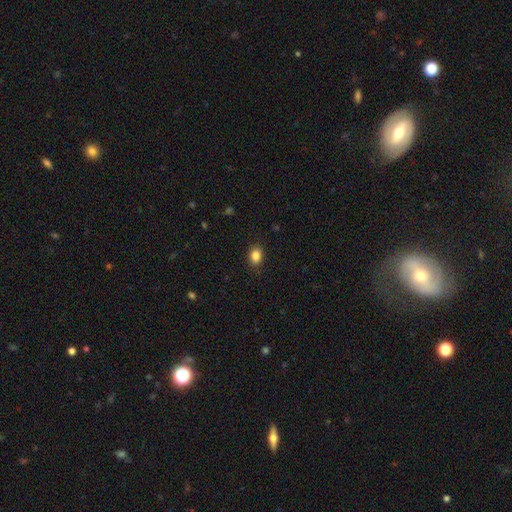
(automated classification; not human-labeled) Smooth or featured? Predicted: smooth (p=0.85). How rounded? Predicted: in between (p=0.66). Merging? Predicted: none (p=0.88).